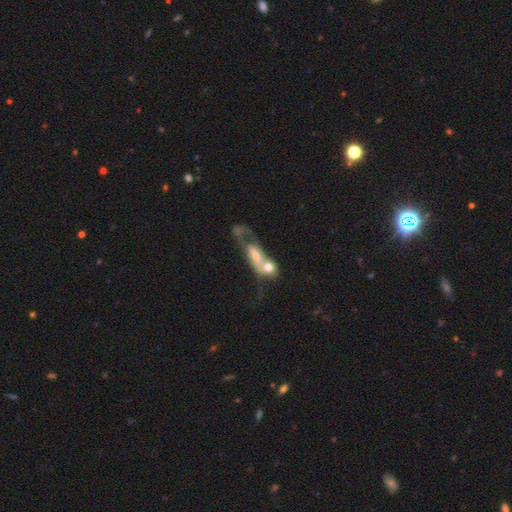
smooth-or-featured: smooth: 53% | featured or disk: 47% | star or artifact: 0%
  how-rounded: in between: 84% | cigar-shaped: 11% | round: 5%
  merging: merger: 81% | major disturbance: 17% | none: 3% | minor disturbance: 0%